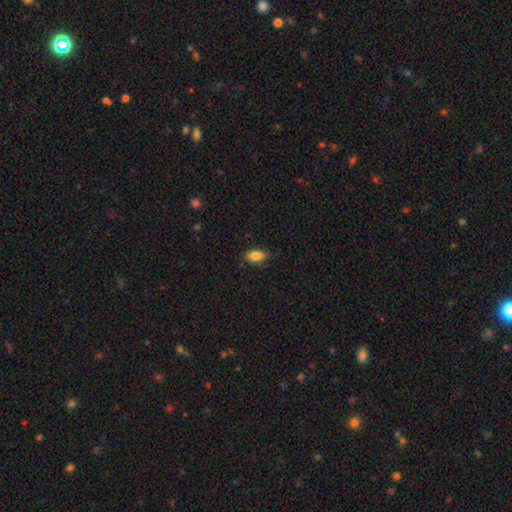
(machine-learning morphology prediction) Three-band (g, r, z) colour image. It shows a smooth galaxy with no disk features (86%) that is in between round and cigar-shaped (90%). Merging: none (81%).